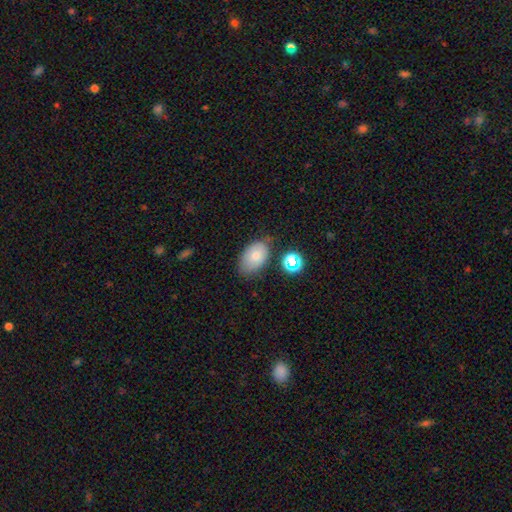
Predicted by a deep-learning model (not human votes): smooth-or-featured: smooth: 76% | featured or disk: 14% | star or artifact: 10%
  how-rounded: in between: 89% | round: 10% | cigar-shaped: 1%
  merging: none: 65% | minor disturbance: 24% | major disturbance: 6% | merger: 5%